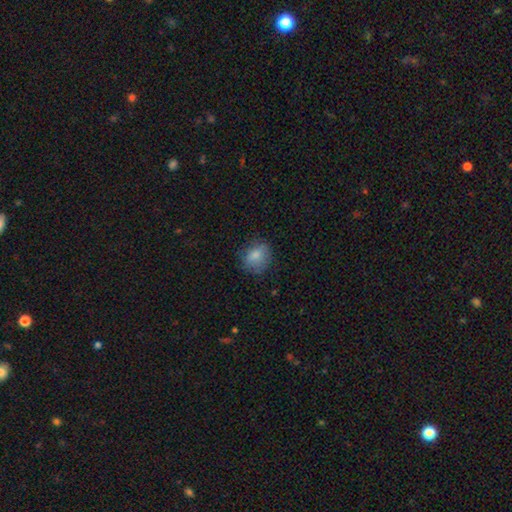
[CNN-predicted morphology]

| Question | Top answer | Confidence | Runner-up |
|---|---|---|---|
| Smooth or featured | smooth | 81% | featured or disk (11%) |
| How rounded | round | 63% | in between (36%) |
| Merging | none | 72% | minor disturbance (21%) |